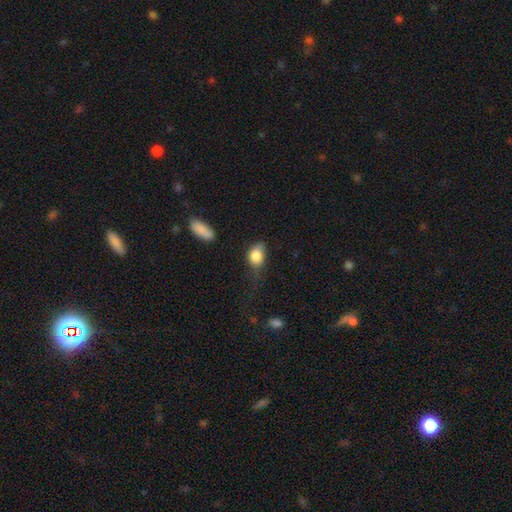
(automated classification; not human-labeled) The model was most divided on "merging": minor disturbance: 38%, none: 33%, major disturbance: 25%, merger: 4%. More confident: smooth or featured — smooth (83%); how rounded — in between (70%).